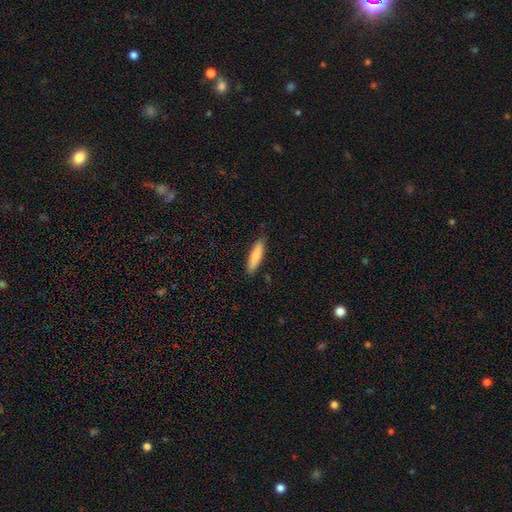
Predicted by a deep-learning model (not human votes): Overall: smooth (83%). How rounded: cigar-shaped (76%). Merging: none (87%).